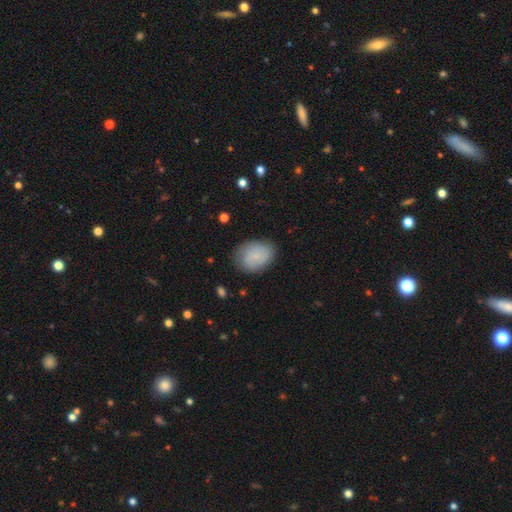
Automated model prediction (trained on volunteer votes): Smooth or featured: smooth — 72% (featured or disk — 20%)
How rounded: in between — 71% (round — 28%)
Merging: none — 76% (minor disturbance — 18%)